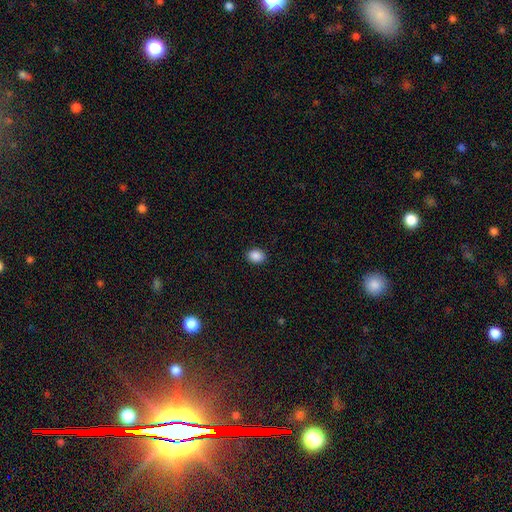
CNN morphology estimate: Overall: smooth (89%). How rounded: in between (58%; round 42%). Merging: none (90%).